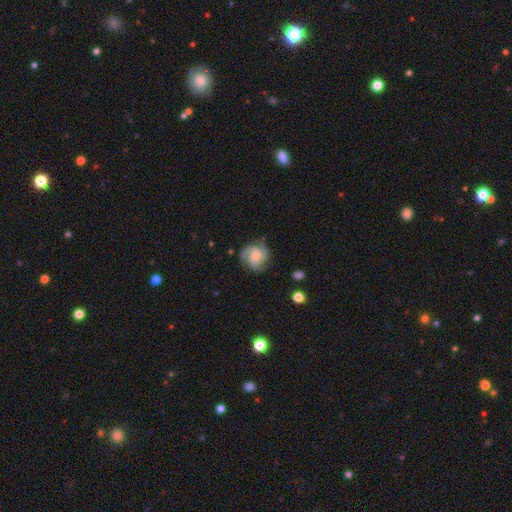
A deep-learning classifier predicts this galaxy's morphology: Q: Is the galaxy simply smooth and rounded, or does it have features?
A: featured or disk — 79%.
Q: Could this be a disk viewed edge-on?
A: no — 98%.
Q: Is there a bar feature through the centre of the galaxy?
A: no — 67%.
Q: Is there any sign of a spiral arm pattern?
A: yes — 97%.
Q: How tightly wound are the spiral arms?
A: tight — 46%.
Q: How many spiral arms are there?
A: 3 — 56%.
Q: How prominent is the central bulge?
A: moderate — 45%.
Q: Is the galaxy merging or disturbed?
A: none — 74%.